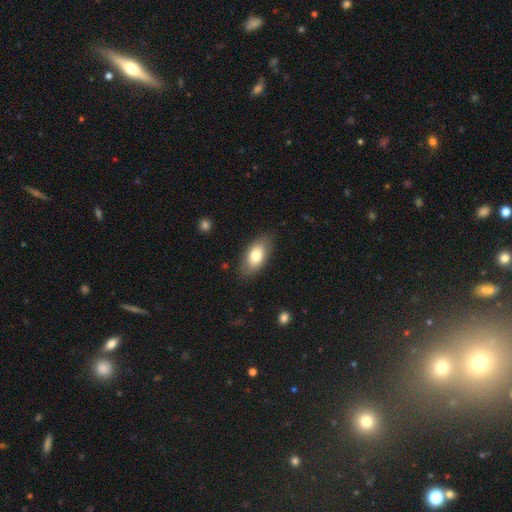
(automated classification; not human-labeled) Smooth or featured: smooth — 75% (featured or disk — 18%)
How rounded: in between — 91% (round — 5%)
Merging: none — 83% (minor disturbance — 13%)